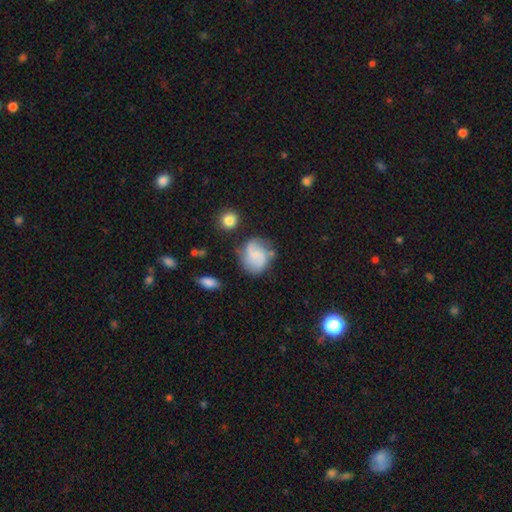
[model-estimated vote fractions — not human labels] Q: Smooth or featured?
A: smooth (47%); runner-up: featured or disk (45%)
Q: Merging?
A: none (58%); runner-up: minor disturbance (24%)